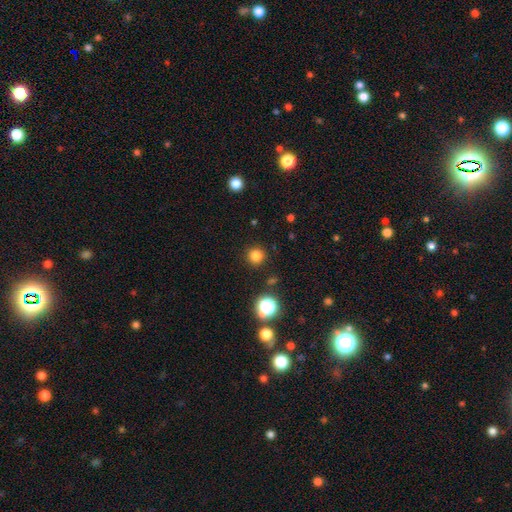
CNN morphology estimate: Smooth or featured? Predicted: smooth (p=0.80). How rounded? Predicted: round (p=0.95). Merging? Predicted: none (p=0.91).